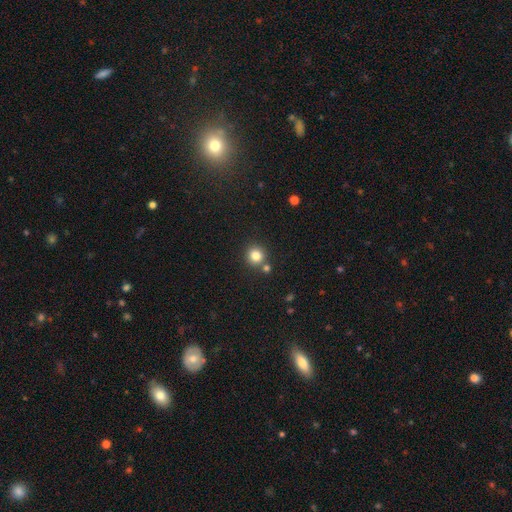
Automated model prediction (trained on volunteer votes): Smooth or featured? smooth (82%)
How rounded? round (92%)
Merging? none (76%)